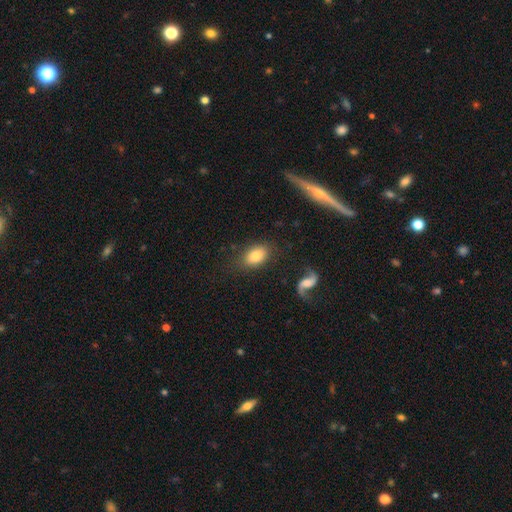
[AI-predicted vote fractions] The model was most divided on "smooth or featured": smooth: 79%, featured or disk: 14%, star or artifact: 8%. More confident: how rounded — in between (86%); merging — none (79%).